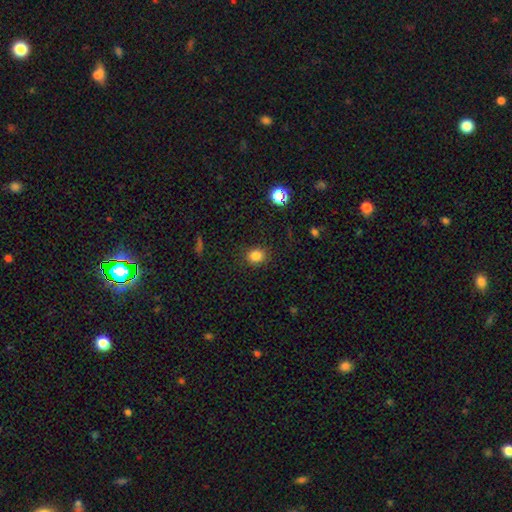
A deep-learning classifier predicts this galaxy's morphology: Smooth or featured: smooth — 83% (star or artifact — 12%)
How rounded: round — 68% (in between — 31%)
Merging: none — 88% (minor disturbance — 9%)